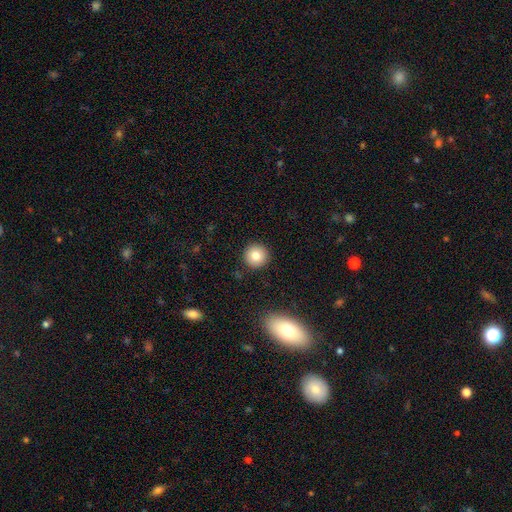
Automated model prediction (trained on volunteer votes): Q: Smooth or featured?
A: smooth (82%); runner-up: star or artifact (10%)
Q: How rounded?
A: round (95%); runner-up: in between (4%)
Q: Merging?
A: none (92%); runner-up: minor disturbance (5%)